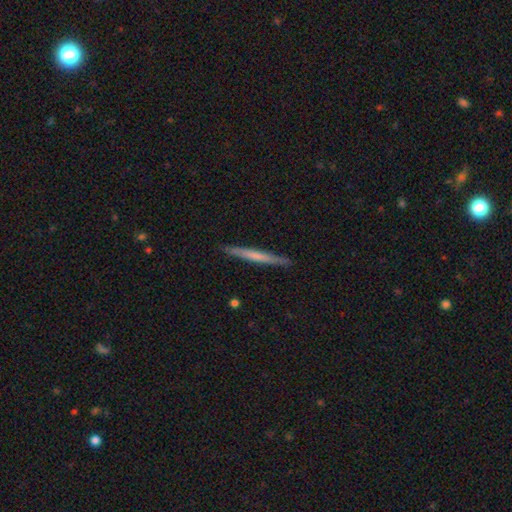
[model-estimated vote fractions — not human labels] A smooth galaxy with no disk features (53%) that is cigar-shaped (97%). Merging: none (90%).